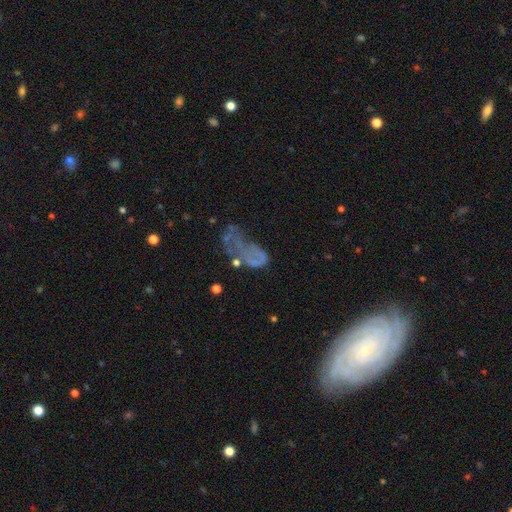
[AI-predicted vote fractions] Smooth or featured? featured or disk (49%)
Merging? major disturbance (52%)